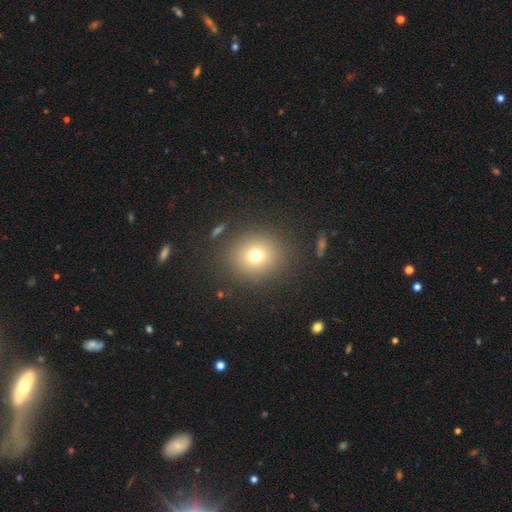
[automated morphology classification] smooth-or-featured: smooth: 71% | star or artifact: 17% | featured or disk: 12%
  how-rounded: round: 84% | in between: 15% | cigar-shaped: 1%
  merging: none: 86% | minor disturbance: 7% | major disturbance: 4% | merger: 2%